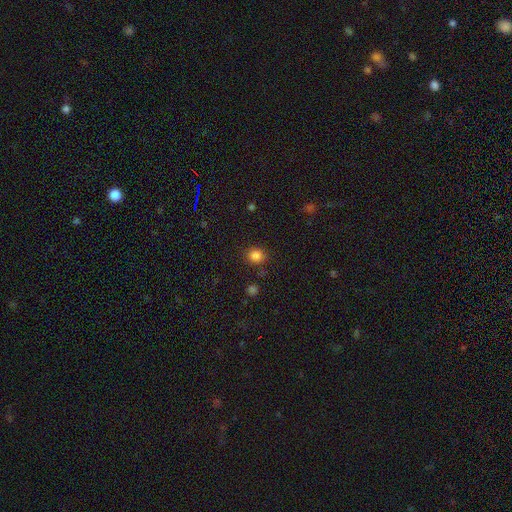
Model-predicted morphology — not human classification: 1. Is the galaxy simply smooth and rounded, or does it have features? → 82% smooth, 13% star or artifact, 5% featured or disk.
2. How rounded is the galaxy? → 78% round, 21% in between, 1% cigar-shaped.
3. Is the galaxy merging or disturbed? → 86% none, 9% minor disturbance, 3% major disturbance, 2% merger.